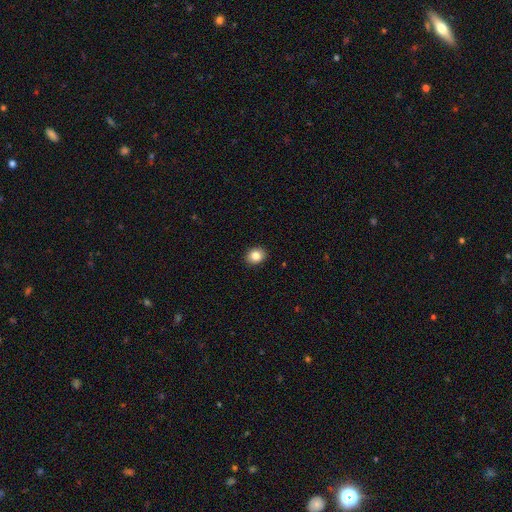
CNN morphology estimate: The model was most divided on "how rounded": round: 53%, in between: 46%, cigar-shaped: 1%. More confident: merging — none (91%); smooth or featured — smooth (85%).